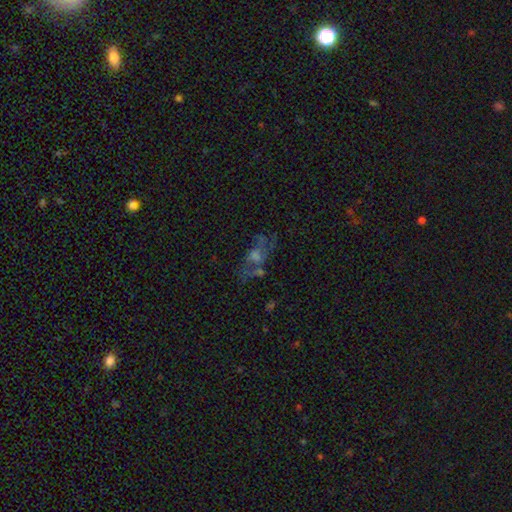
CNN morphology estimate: smooth-or-featured: featured or disk: 50% | smooth: 26% | star or artifact: 24%
  merging: none: 54% | minor disturbance: 17% | major disturbance: 16% | merger: 13%